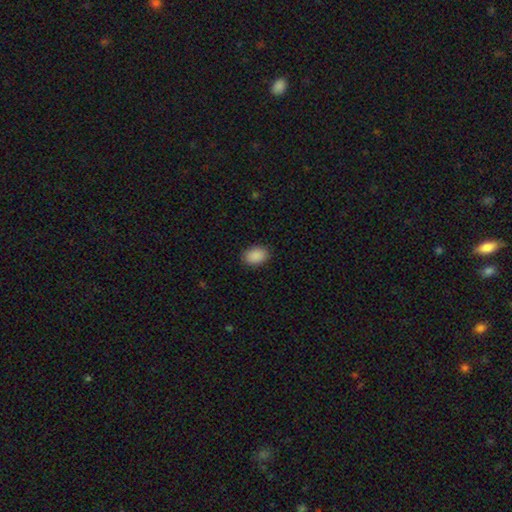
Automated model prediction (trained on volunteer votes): The model was most divided on "how rounded": in between: 78%, round: 21%, cigar-shaped: 1%. More confident: smooth or featured — smooth (90%); merging — none (89%).